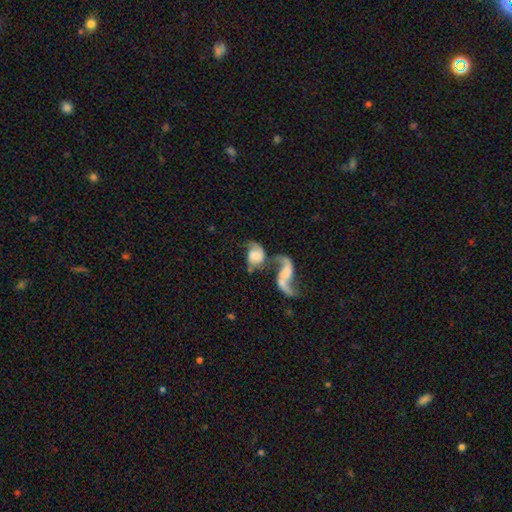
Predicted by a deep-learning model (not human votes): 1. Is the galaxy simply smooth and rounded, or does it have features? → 53% featured or disk, 38% smooth, 8% star or artifact.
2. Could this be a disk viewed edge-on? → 95% no, 5% yes.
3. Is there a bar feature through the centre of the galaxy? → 66% no, 25% weak, 9% strong.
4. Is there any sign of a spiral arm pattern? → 78% yes, 22% no.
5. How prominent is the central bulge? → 46% none, 18% small, 16% large, 13% moderate, 8% dominant.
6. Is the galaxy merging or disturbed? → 52% merger, 19% none, 17% major disturbance, 11% minor disturbance.